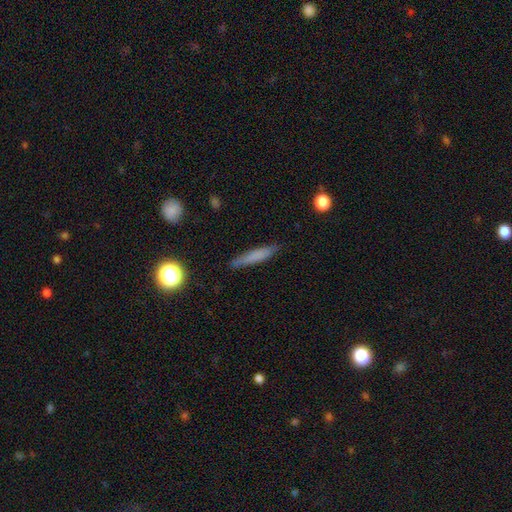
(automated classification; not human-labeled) Smooth or featured: smooth — 69% (featured or disk — 23%)
How rounded: cigar-shaped — 91% (in between — 7%)
Merging: none — 85% (minor disturbance — 11%)